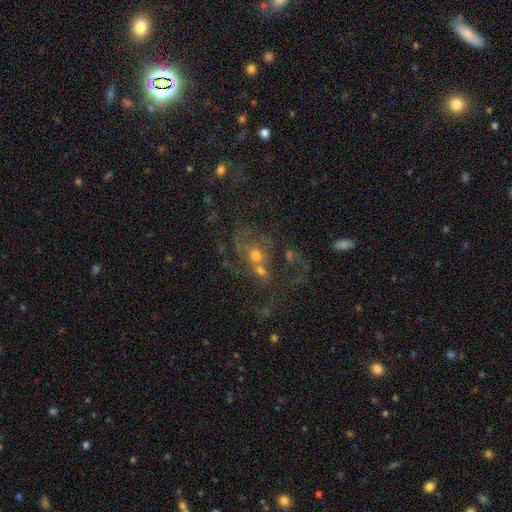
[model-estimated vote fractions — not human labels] The model was most divided on "bulge size": small: 43%, moderate: 42%, none: 8%, large: 5%, dominant: 2%. Remaining: edge-on disk — no (96%); bar — no (70%); spiral arms — yes (68%); smooth or featured — featured or disk (56%); merging — none (40%).